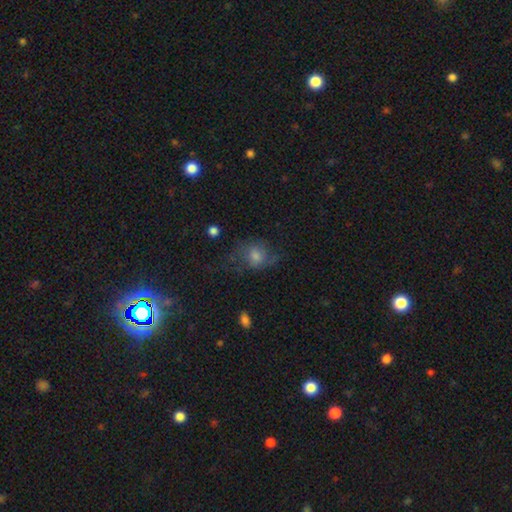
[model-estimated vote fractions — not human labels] This is possibly a smooth galaxy (50%). Merging: possibly none (49%).